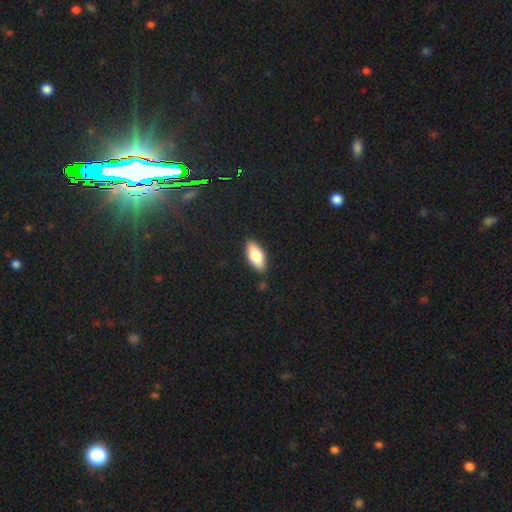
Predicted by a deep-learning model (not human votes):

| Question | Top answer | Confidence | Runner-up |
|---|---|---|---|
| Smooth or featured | smooth | 75% | featured or disk (18%) |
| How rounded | in between | 84% | cigar-shaped (14%) |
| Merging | none | 87% | minor disturbance (10%) |